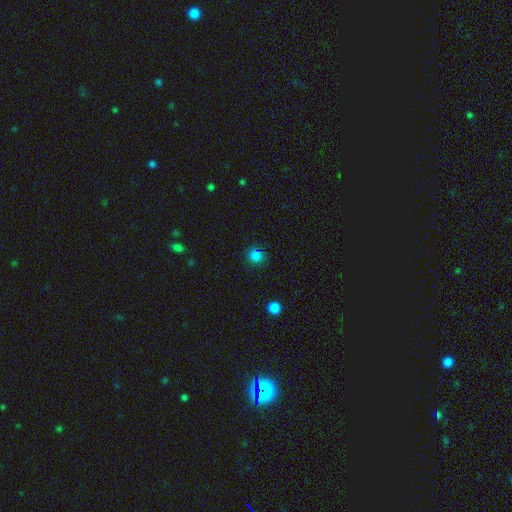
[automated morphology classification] Smooth or featured: smooth — 83% (star or artifact — 14%)
How rounded: round — 82% (in between — 17%)
Merging: none — 85% (minor disturbance — 10%)